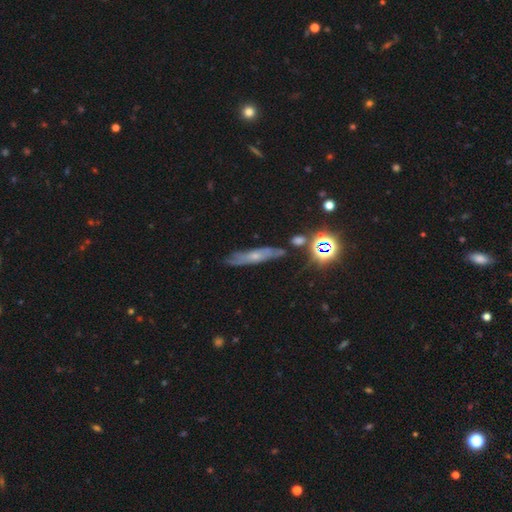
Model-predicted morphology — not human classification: Smooth or featured? featured or disk (46%)
Merging? none (75%)